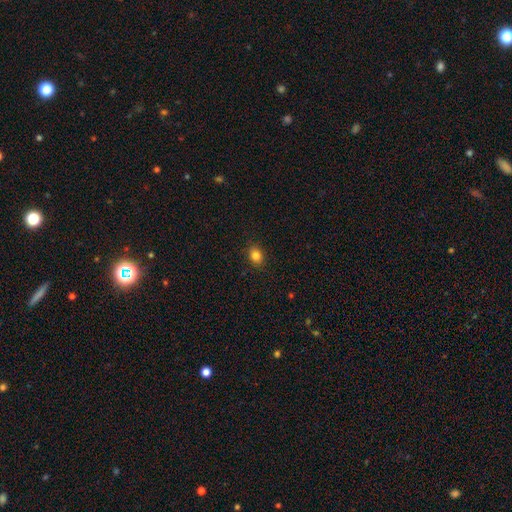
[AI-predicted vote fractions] This is clearly a smooth galaxy (83%). How rounded: possibly in between (50%). Merging: clearly none (89%).